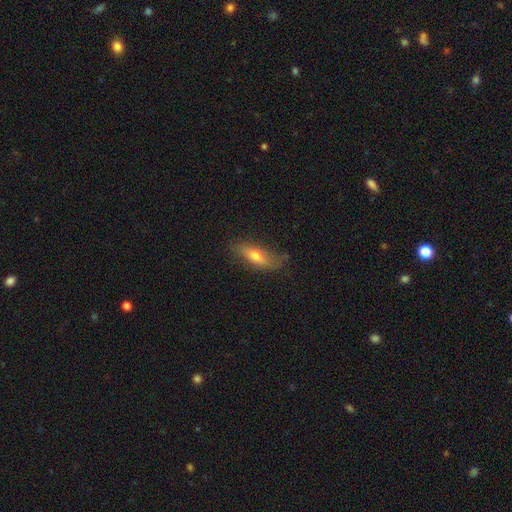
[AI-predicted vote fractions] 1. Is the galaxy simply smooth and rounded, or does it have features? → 57% smooth, 34% featured or disk, 9% star or artifact.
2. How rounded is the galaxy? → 53% in between, 44% cigar-shaped, 3% round.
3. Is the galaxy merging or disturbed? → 73% none, 20% minor disturbance, 5% major disturbance, 2% merger.